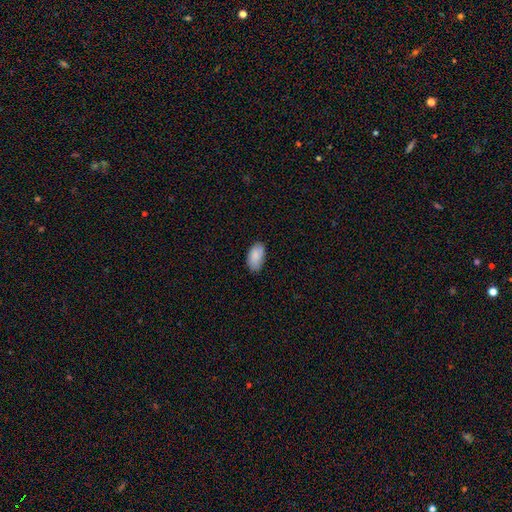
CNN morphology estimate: Smooth or featured? smooth (86%)
How rounded? in between (94%)
Merging? none (73%)